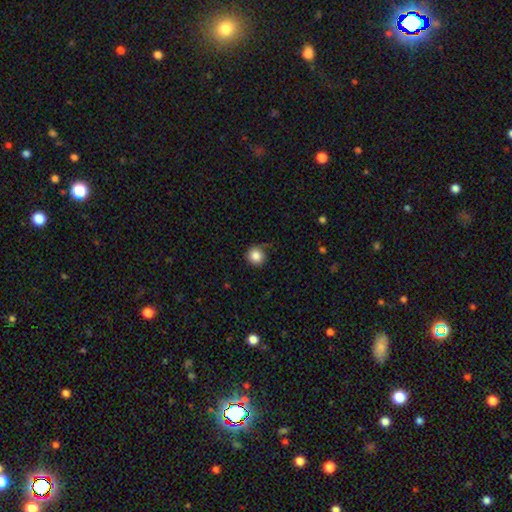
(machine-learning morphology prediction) Smooth or featured: smooth — 85% (star or artifact — 10%)
How rounded: round — 93% (in between — 6%)
Merging: none — 78% (minor disturbance — 16%)